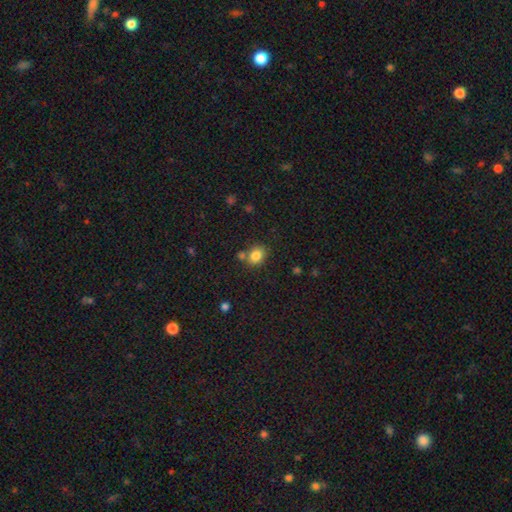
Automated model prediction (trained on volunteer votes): Smooth or featured?
  - smooth: 83% *
  - star or artifact: 10%
  - featured or disk: 6%
How rounded?
  - in between: 50% *
  - round: 49%
  - cigar-shaped: 1%
Merging?
  - none: 66% *
  - merger: 18%
  - minor disturbance: 13%
  - major disturbance: 4%